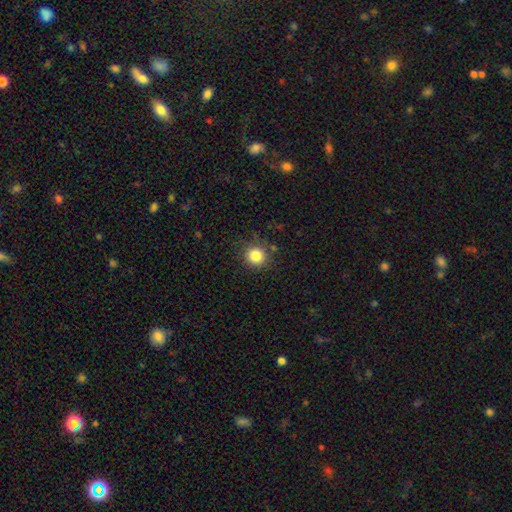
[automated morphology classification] Smooth or featured? Predicted: smooth (p=0.84). How rounded? Predicted: round (p=0.93). Merging? Predicted: none (p=0.83).